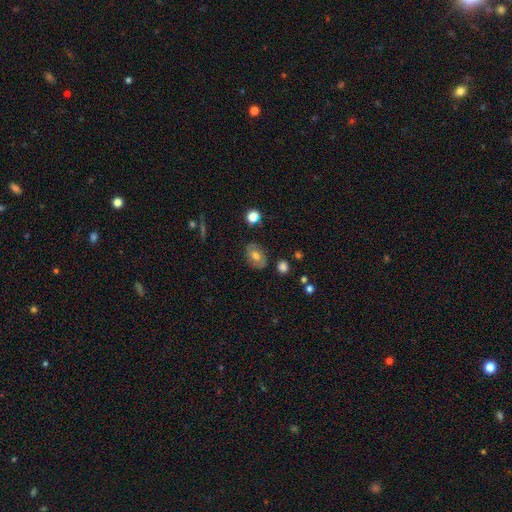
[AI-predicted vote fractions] smooth-or-featured: smooth: 57% | featured or disk: 33% | star or artifact: 10%
  how-rounded: in between: 73% | round: 26% | cigar-shaped: 2%
  merging: none: 79% | minor disturbance: 15% | major disturbance: 4% | merger: 2%